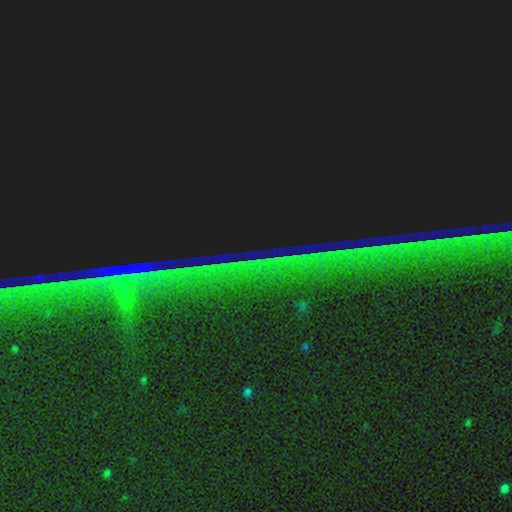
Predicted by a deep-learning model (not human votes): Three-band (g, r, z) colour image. It shows a star or artifact, not a galaxy (87%).